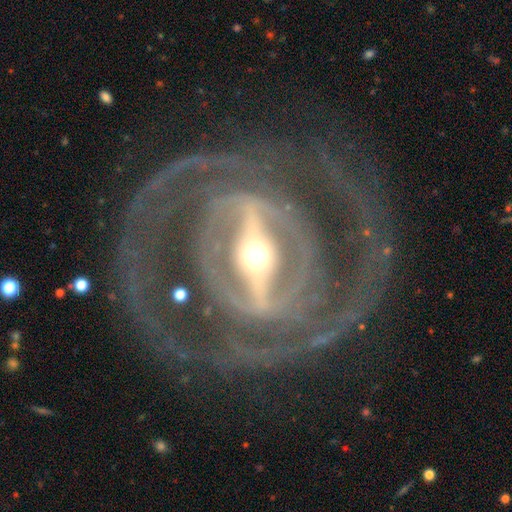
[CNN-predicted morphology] This is clearly a featured or disk galaxy (92%). It is clearly not viewed edge-on (94%). Bar: likely strong (80%). Spiral arm pattern: clearly yes (89%). Spiral arm count: possibly 2 (57%). Spiral winding: possibly tight (49%). Central bulge: possibly moderate (56%). Merging: likely none (72%).